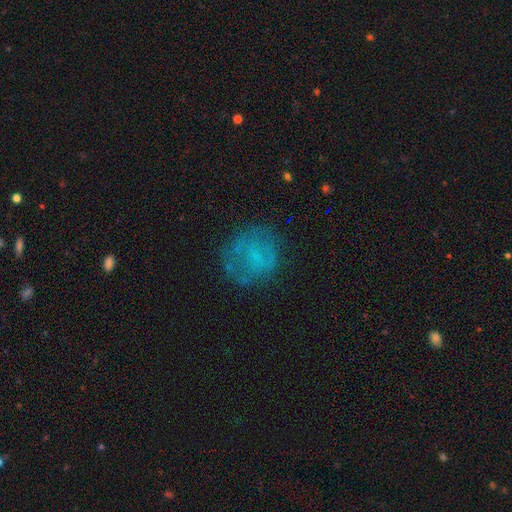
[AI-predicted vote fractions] A smooth galaxy with no disk features (50%). Merging: none (68%).